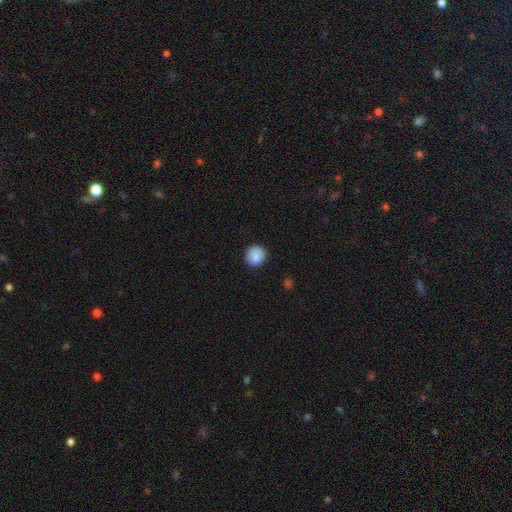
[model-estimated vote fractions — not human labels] smooth-or-featured: smooth: 86% | star or artifact: 8% | featured or disk: 6%
  how-rounded: round: 91% | in between: 8% | cigar-shaped: 1%
  merging: none: 89% | minor disturbance: 8% | major disturbance: 2% | merger: 1%